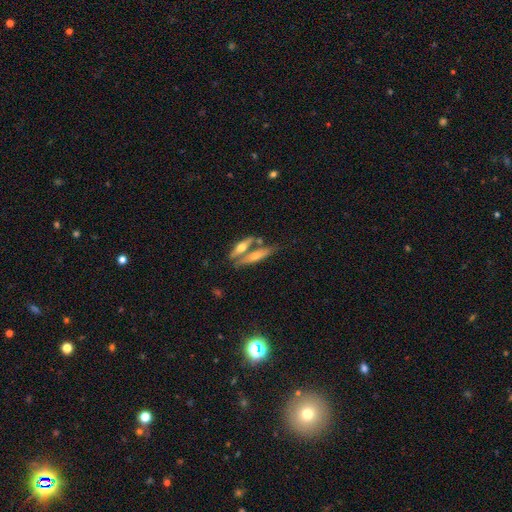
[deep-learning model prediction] Smooth or featured?
  - featured or disk: 49% *
  - smooth: 44%
  - star or artifact: 7%
Merging?
  - none: 46% *
  - merger: 40%
  - minor disturbance: 10%
  - major disturbance: 4%